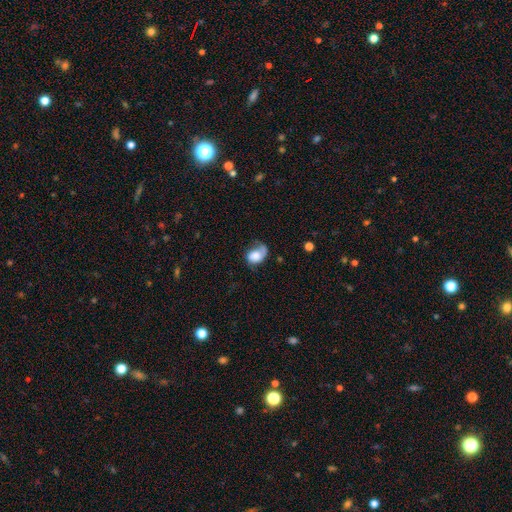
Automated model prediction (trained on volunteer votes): This appears to be a smooth galaxy with no disk features (57%) that is in between round and cigar-shaped (67%). Merging: none (33%).